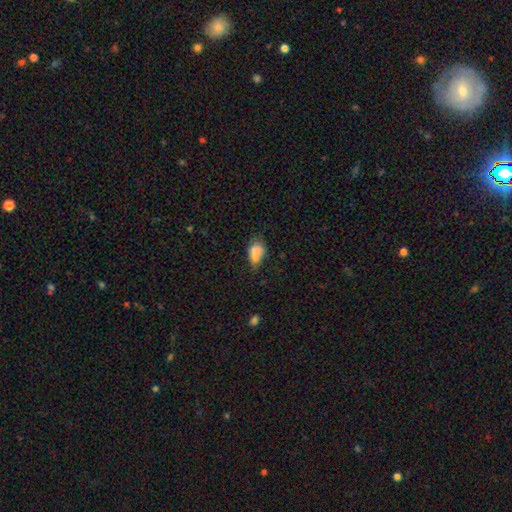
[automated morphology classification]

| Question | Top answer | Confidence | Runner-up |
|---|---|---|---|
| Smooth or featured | smooth | 74% | featured or disk (15%) |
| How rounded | in between | 83% | round (13%) |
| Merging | none | 33% | minor disturbance (29%) |